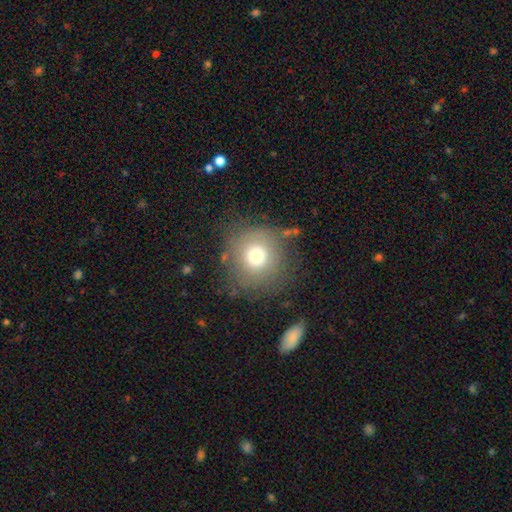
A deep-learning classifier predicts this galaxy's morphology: A smooth galaxy with no disk features (72%) that is round (90%). Merging: none (76%).